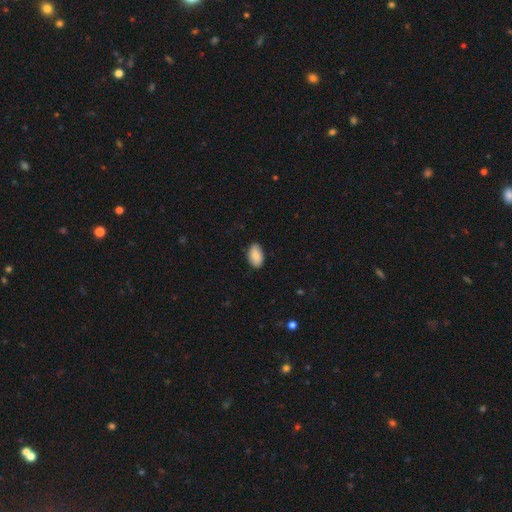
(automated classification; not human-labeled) This appears to be a smooth galaxy with no disk features (87%) that is in between round and cigar-shaped (94%). Merging: none (86%).